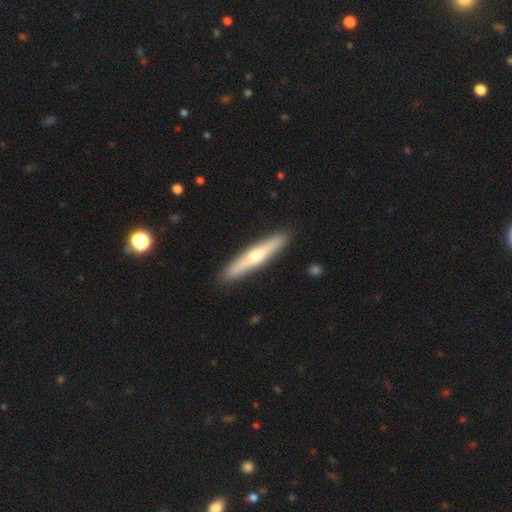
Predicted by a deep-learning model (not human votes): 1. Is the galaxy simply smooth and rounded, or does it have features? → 52% featured or disk, 42% smooth, 6% star or artifact.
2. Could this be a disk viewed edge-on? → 92% yes, 8% no.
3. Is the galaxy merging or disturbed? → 90% none, 7% minor disturbance, 1% major disturbance, 1% merger.